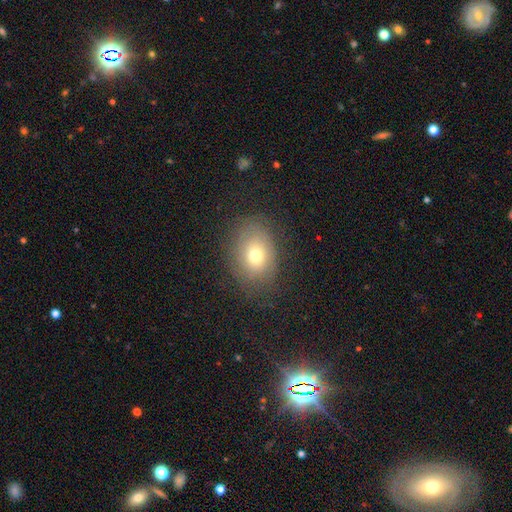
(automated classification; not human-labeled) A smooth galaxy with no disk features (67%) that is in between round and cigar-shaped (68%).

Vote fractions:
- Smooth or featured? smooth: 67% / featured or disk: 21% / star or artifact: 13%
- How rounded? in between: 68% / round: 31% / cigar-shaped: 1%
- Merging? none: 75% / minor disturbance: 17% / major disturbance: 7% / merger: 1%